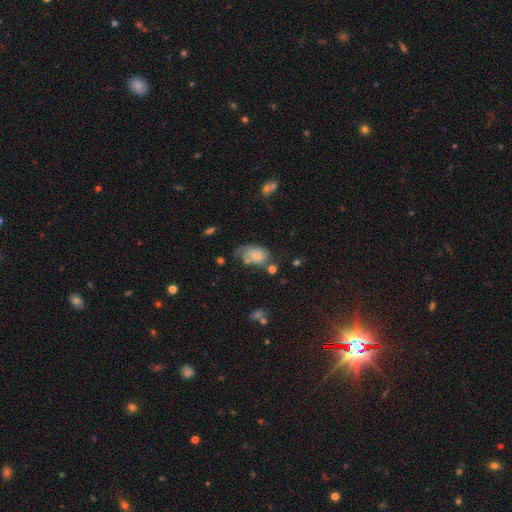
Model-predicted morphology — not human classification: Q: Smooth or featured?
A: featured or disk (47%); runner-up: smooth (43%)
Q: Merging?
A: none (34%); runner-up: major disturbance (28%)